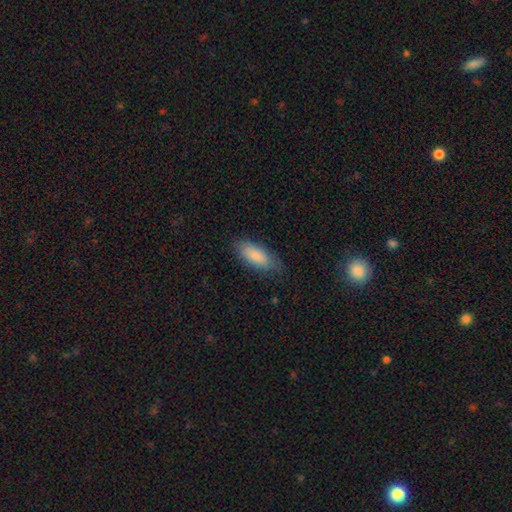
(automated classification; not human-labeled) Smooth or featured? Predicted: smooth (p=0.86). How rounded? Predicted: in between (p=0.81). Merging? Predicted: none (p=0.78).